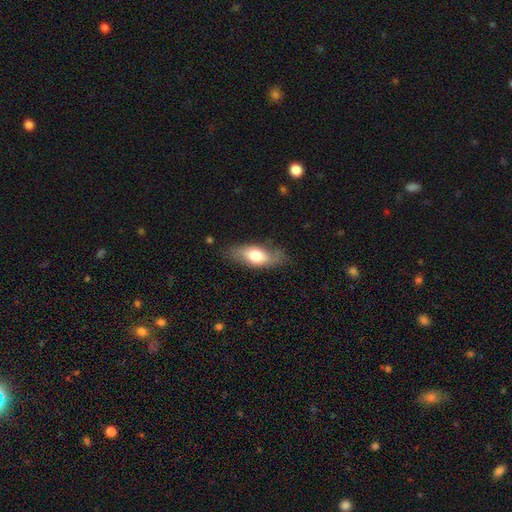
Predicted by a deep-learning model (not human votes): smooth_or_featured: smooth (p=0.63) [alt: featured or disk p=0.31]
how_rounded: in between (p=0.77) [alt: cigar-shaped p=0.19]
merging: none (p=0.73) [alt: minor disturbance p=0.20]